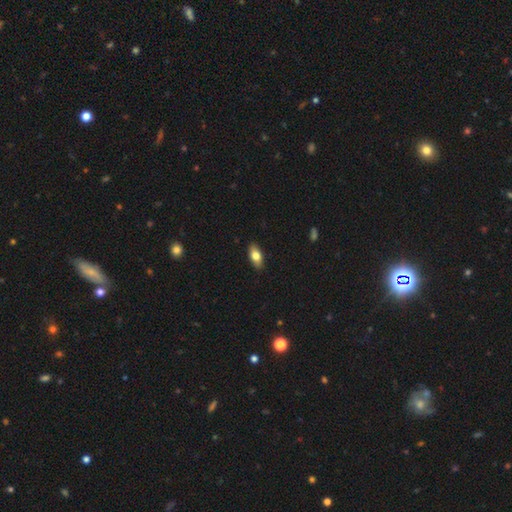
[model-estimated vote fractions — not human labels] The model was most divided on "smooth or featured": smooth: 77%, featured or disk: 16%, star or artifact: 7%. More confident: merging — none (89%); how rounded — in between (88%).